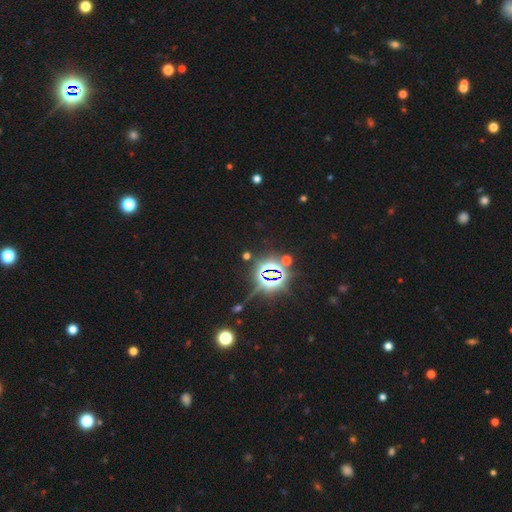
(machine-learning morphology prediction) star or artifact 84%, smooth 10%, featured or disk 6%.